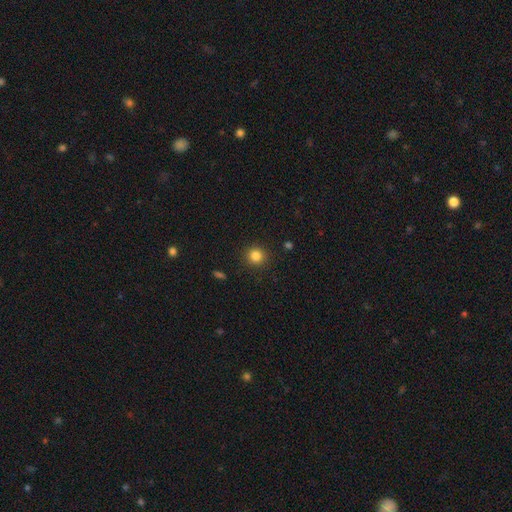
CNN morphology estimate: Smooth or featured?
  - smooth: 83% *
  - star or artifact: 12%
  - featured or disk: 5%
How rounded?
  - round: 92% *
  - in between: 7%
  - cigar-shaped: 1%
Merging?
  - none: 90% *
  - minor disturbance: 6%
  - major disturbance: 2%
  - merger: 1%